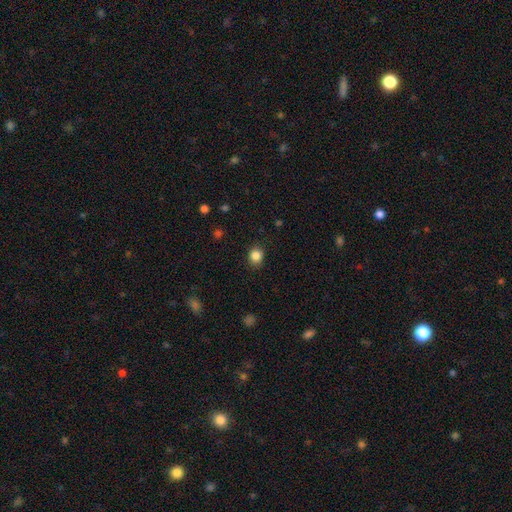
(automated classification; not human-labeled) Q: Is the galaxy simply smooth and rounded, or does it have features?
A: smooth — 85%.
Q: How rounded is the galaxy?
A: round — 73%.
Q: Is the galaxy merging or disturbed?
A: none — 87%.